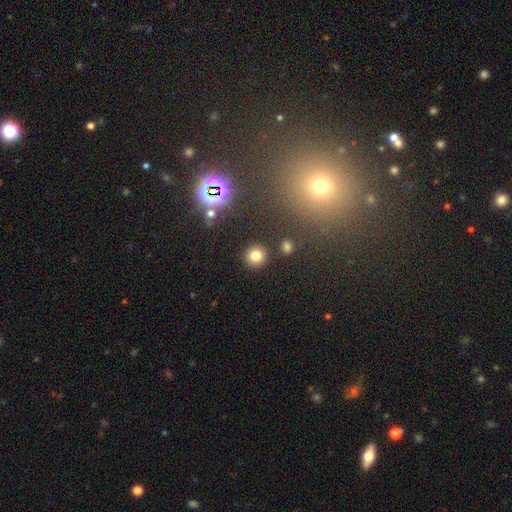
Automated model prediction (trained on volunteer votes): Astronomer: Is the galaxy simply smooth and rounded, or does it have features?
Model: smooth — 79%.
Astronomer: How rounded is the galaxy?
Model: round — 91%.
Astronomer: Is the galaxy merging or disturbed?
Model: none — 87%.